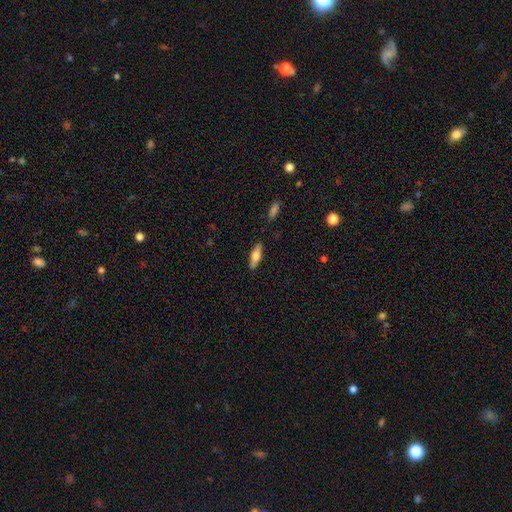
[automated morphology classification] Smooth or featured: smooth — 66% (featured or disk — 27%)
How rounded: in between — 49% (tied with cigar-shaped — 49%)
Merging: none — 86% (minor disturbance — 10%)